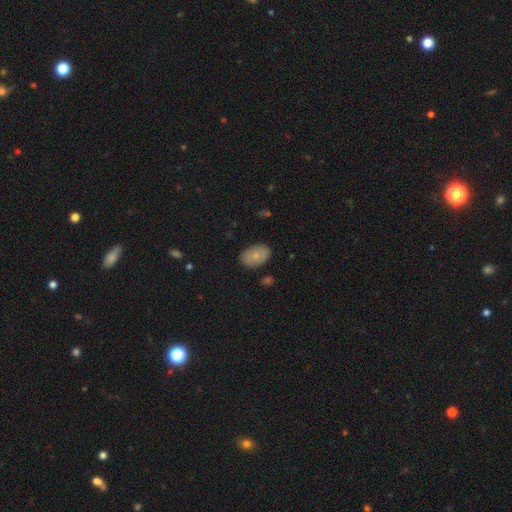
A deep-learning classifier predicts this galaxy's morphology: Smooth or featured? smooth (76%)
How rounded? in between (88%)
Merging? none (84%)